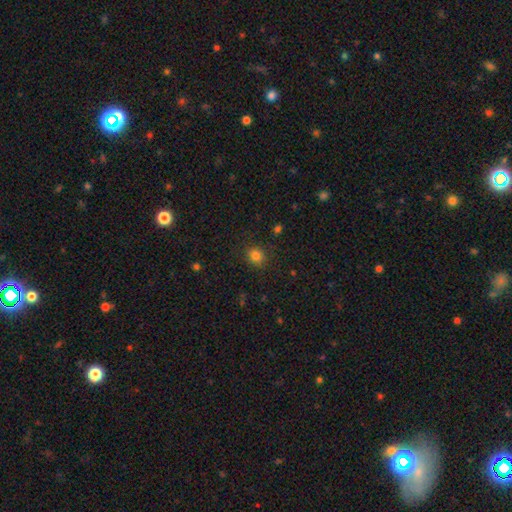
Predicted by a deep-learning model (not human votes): This appears to be a smooth galaxy with no disk features (82%) that is round (81%). Merging: none (87%).